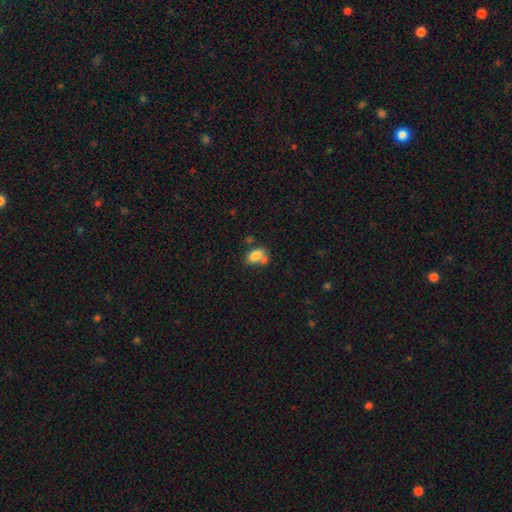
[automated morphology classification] Overall: smooth (80%). How rounded: in between (85%). Merging: none (42%; merger 35%).